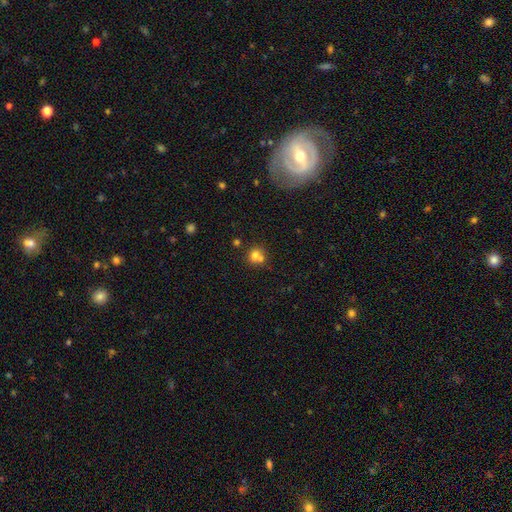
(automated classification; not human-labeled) Morphology: type=smooth (73%); roundness=round (82%); merging=none (45%).